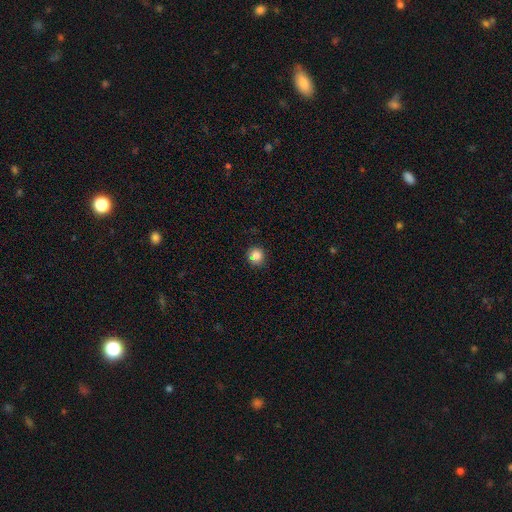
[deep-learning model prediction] Smooth or featured? smooth (84%)
How rounded? round (92%)
Merging? none (83%)